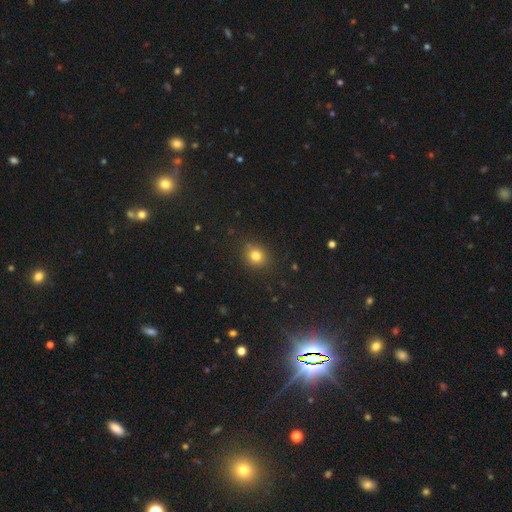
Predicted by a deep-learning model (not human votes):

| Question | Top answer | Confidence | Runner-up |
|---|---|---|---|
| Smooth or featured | smooth | 81% | star or artifact (13%) |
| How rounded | round | 78% | in between (21%) |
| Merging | none | 85% | minor disturbance (11%) |